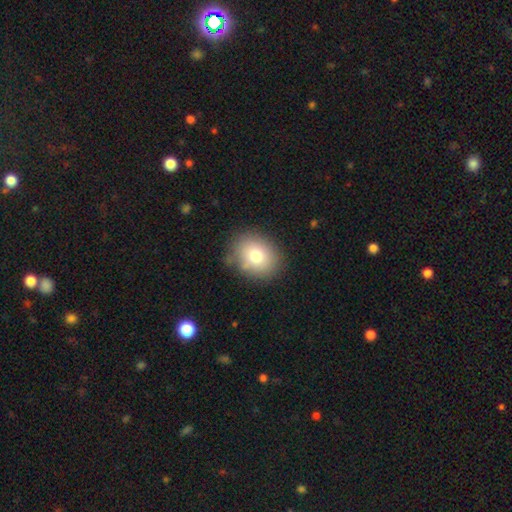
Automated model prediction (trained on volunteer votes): This appears to be a smooth galaxy with no disk features (76%) that is round (59%). Merging: none (80%).